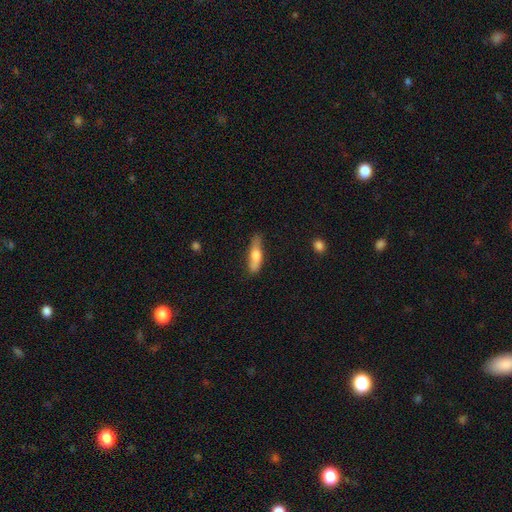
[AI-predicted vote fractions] Smooth or featured: smooth — 64% (featured or disk — 31%)
How rounded: cigar-shaped — 65% (in between — 32%)
Merging: none — 72% (minor disturbance — 21%)